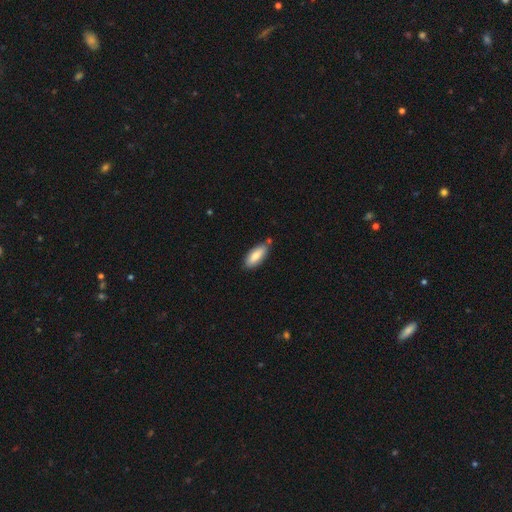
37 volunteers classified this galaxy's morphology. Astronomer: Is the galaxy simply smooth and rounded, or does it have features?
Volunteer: smooth — 78%.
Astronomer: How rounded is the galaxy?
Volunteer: in between — 76%.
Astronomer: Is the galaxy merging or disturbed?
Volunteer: none — 77%.